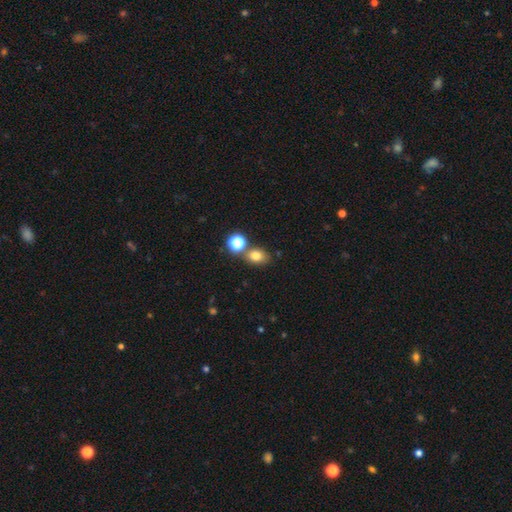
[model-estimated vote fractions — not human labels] A smooth galaxy with no disk features (77%) that is in between round and cigar-shaped (56%).

Vote fractions:
- Smooth or featured? smooth: 77% / star or artifact: 15% / featured or disk: 8%
- How rounded? in between: 56% / round: 43% / cigar-shaped: 1%
- Merging? none: 67% / merger: 19% / minor disturbance: 11% / major disturbance: 3%